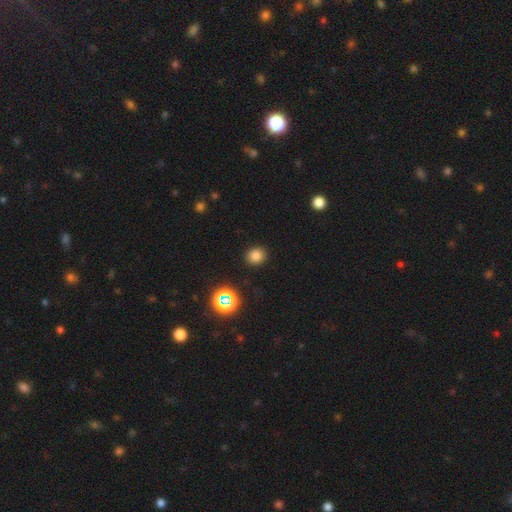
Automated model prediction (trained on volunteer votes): A smooth galaxy with no disk features (78%) that is round (81%).

Vote fractions:
- Smooth or featured? smooth: 78% / star or artifact: 16% / featured or disk: 5%
- How rounded? round: 81% / in between: 18% / cigar-shaped: 1%
- Merging? none: 90% / minor disturbance: 6% / major disturbance: 2% / merger: 1%